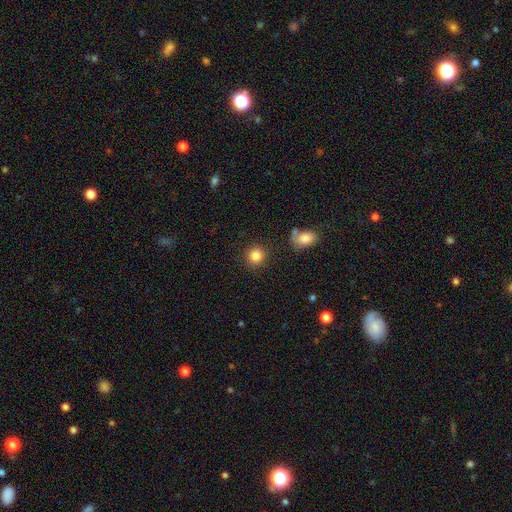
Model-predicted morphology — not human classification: This appears to be a smooth galaxy with no disk features (86%) that is round (89%). Merging: none (86%).